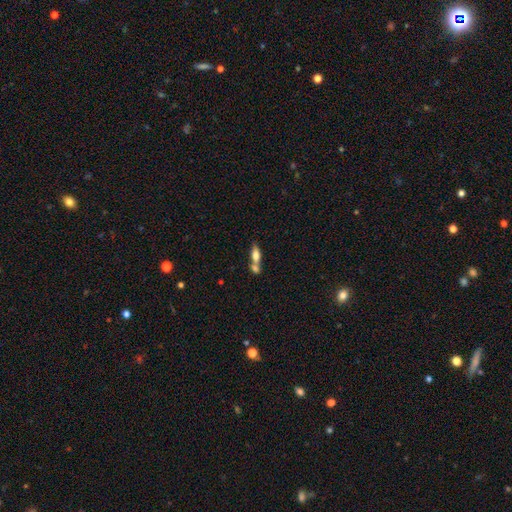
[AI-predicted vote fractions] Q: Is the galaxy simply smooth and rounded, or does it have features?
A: smooth — 63%.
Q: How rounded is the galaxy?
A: in between — 63%.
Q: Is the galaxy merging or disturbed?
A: merger — 51%.